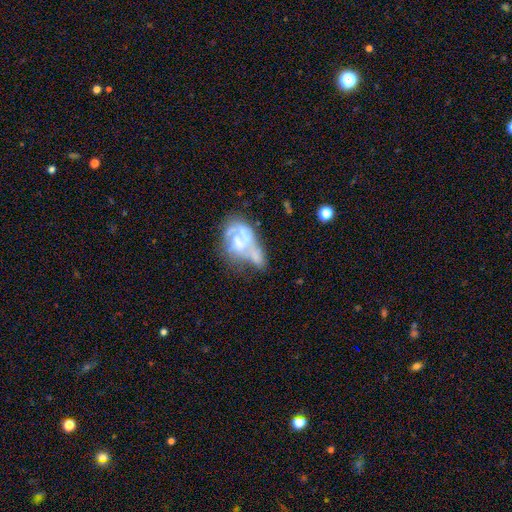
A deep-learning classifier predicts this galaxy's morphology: A featured or disk galaxy (62%) with no bar (77%), no spiral arms (62%) and no central bulge (47%).

Vote fractions:
- Smooth or featured? featured or disk: 62% / smooth: 28% / star or artifact: 10%
- Edge-on disk? no: 97% / yes: 3%
- Bar? no: 77% / weak: 17% / strong: 7%
- Spiral arms? no: 62% / yes: 38%
- Bulge size? none: 47% / moderate: 22% / small: 19% / large: 9% / dominant: 3%
- Merging? merger: 40% / major disturbance: 28% / none: 18% / minor disturbance: 14%